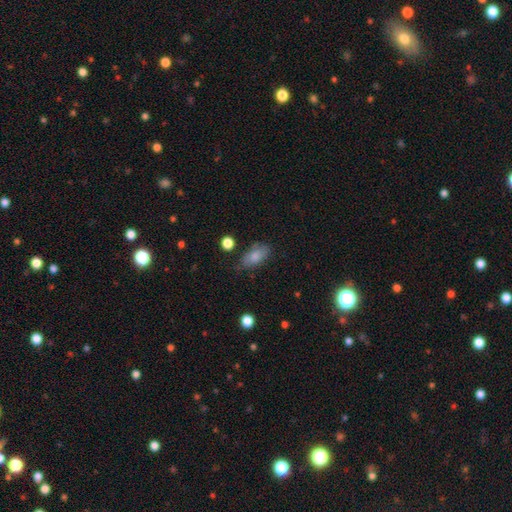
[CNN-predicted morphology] smooth 77%, featured or disk 14%, star or artifact 9%. Down the decision tree: how rounded — in between (87%); merging — none (72%).